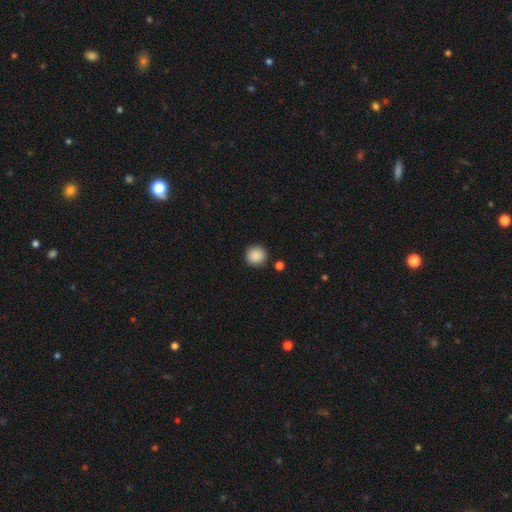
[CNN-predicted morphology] Overall: smooth (89%). How rounded: round (92%). Merging: none (89%).